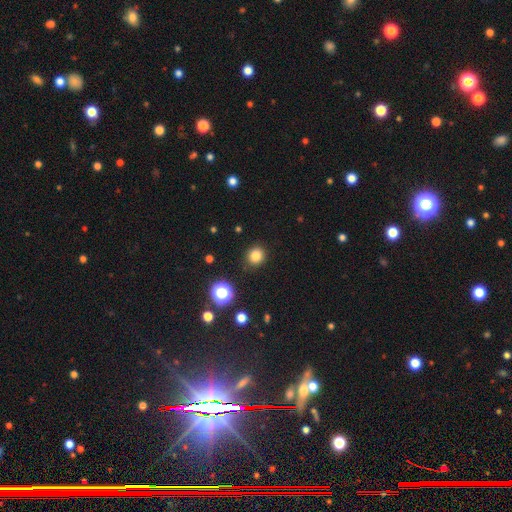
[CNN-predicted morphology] This is clearly a smooth galaxy (81%). How rounded: clearly round (86%). Merging: clearly none (90%).